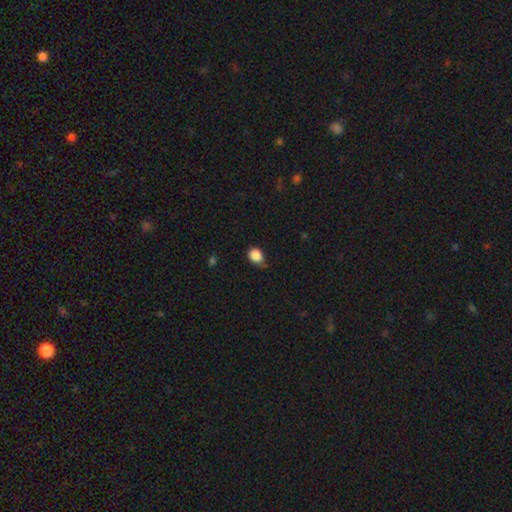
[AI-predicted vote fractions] A smooth galaxy with no disk features (87%) that is round (54%).

Vote fractions:
- Smooth or featured? smooth: 87% / star or artifact: 10% / featured or disk: 4%
- How rounded? round: 54% / in between: 45% / cigar-shaped: 1%
- Merging? none: 59% / minor disturbance: 33% / major disturbance: 6% / merger: 2%